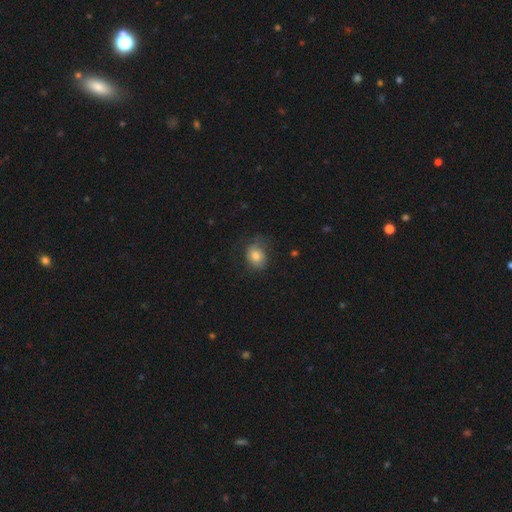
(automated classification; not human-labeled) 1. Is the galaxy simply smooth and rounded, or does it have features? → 77% smooth, 14% featured or disk, 9% star or artifact.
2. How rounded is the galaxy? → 51% in between, 48% round, 1% cigar-shaped.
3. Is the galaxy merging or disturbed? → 61% none, 26% minor disturbance, 13% major disturbance, 1% merger.